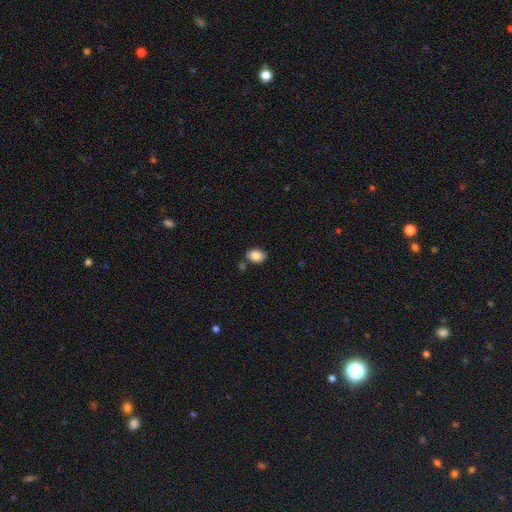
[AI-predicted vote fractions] This appears to be a smooth galaxy with no disk features (86%) that is in between round and cigar-shaped (81%). Merging: none (78%).